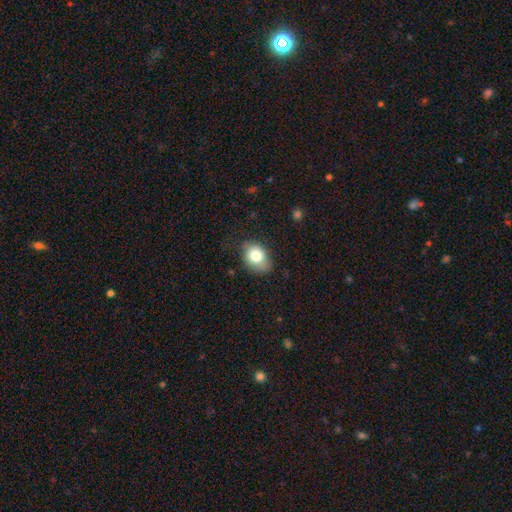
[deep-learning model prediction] Overall: smooth (80%). How rounded: in between (69%; round 30%). Merging: none (65%; minor disturbance 27%).